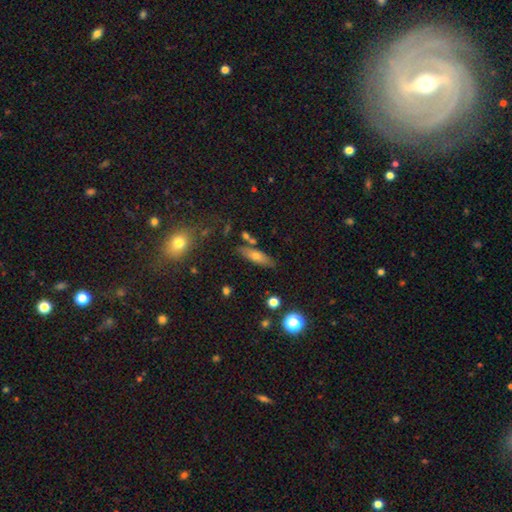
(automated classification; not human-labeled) Q: Smooth or featured?
A: smooth (56%); runner-up: featured or disk (33%)
Q: How rounded?
A: cigar-shaped (54%); runner-up: in between (42%)
Q: Merging?
A: none (77%); runner-up: minor disturbance (13%)